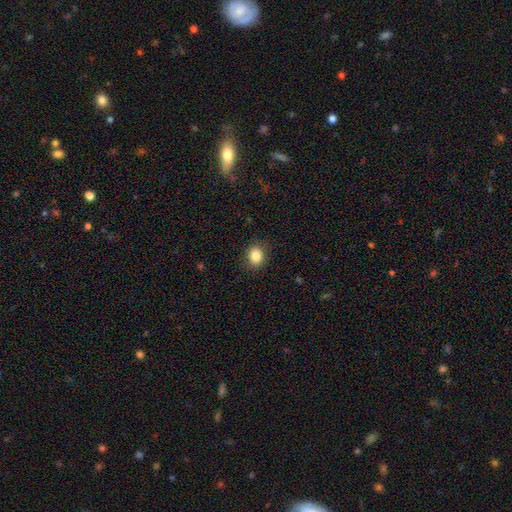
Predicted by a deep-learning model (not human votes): Smooth or featured? Predicted: smooth (p=0.85). How rounded? Predicted: round (p=0.51). Merging? Predicted: none (p=0.88).